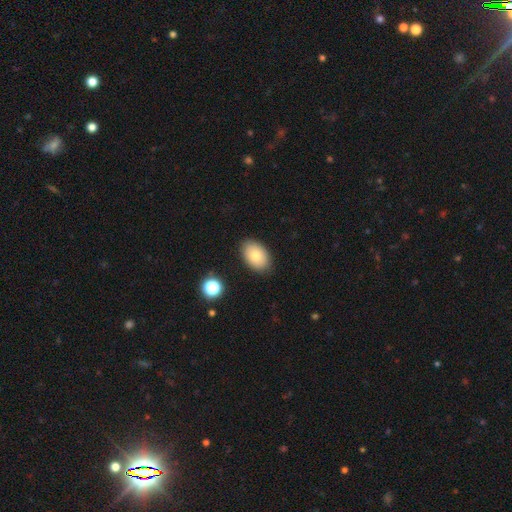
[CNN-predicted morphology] A smooth galaxy with no disk features (79%) that is in between round and cigar-shaped (88%). Merging: none (86%).